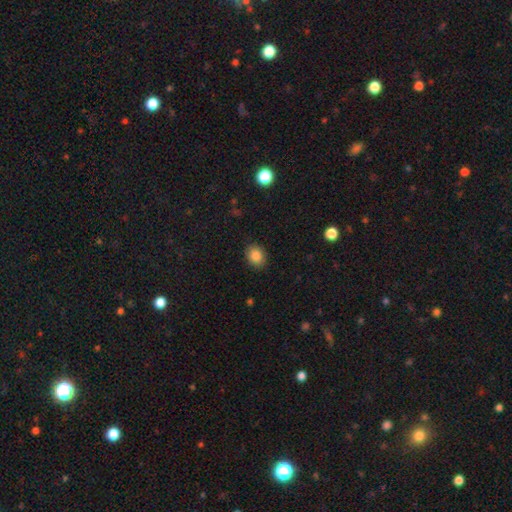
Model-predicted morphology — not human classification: The model was most divided on "how rounded": in between: 52%, round: 47%, cigar-shaped: 1%. More confident: merging — none (87%); smooth or featured — smooth (86%).